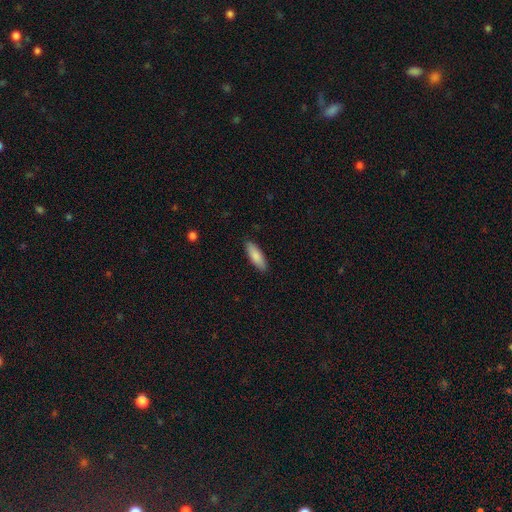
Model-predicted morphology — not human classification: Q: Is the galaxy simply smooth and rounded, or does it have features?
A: smooth — 86%.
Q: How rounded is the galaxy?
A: in between — 58%.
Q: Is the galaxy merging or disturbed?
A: none — 89%.